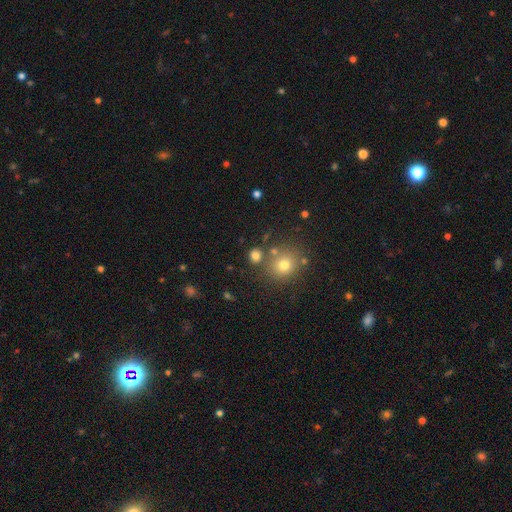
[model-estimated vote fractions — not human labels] smooth_or_featured: smooth (p=0.75) [alt: star or artifact p=0.17]
how_rounded: round (p=0.80) [alt: in between p=0.19]
merging: none (p=0.74) [alt: merger p=0.13]